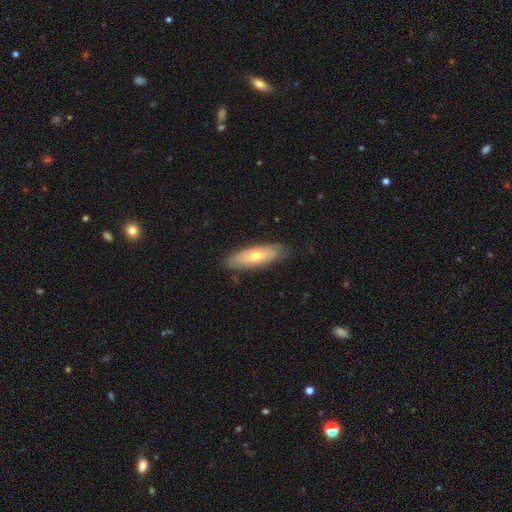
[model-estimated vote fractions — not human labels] Smooth or featured?
  - smooth: 55% *
  - featured or disk: 38%
  - star or artifact: 6%
How rounded?
  - in between: 57% *
  - cigar-shaped: 41%
  - round: 2%
Merging?
  - none: 81% *
  - minor disturbance: 15%
  - major disturbance: 3%
  - merger: 1%